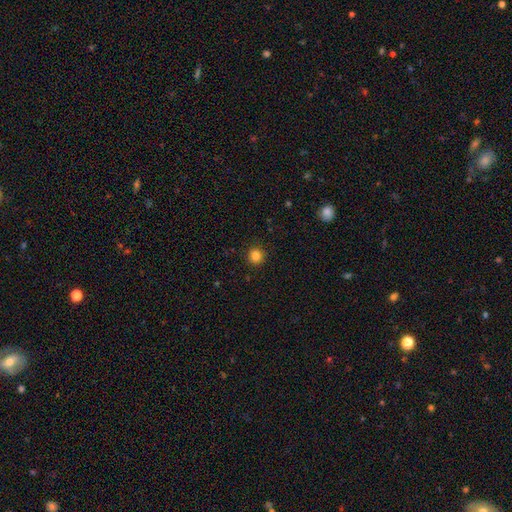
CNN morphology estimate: smooth-or-featured: smooth: 83% | star or artifact: 12% | featured or disk: 5%
  how-rounded: round: 93% | in between: 6% | cigar-shaped: 1%
  merging: none: 92% | minor disturbance: 5% | major disturbance: 2% | merger: 1%